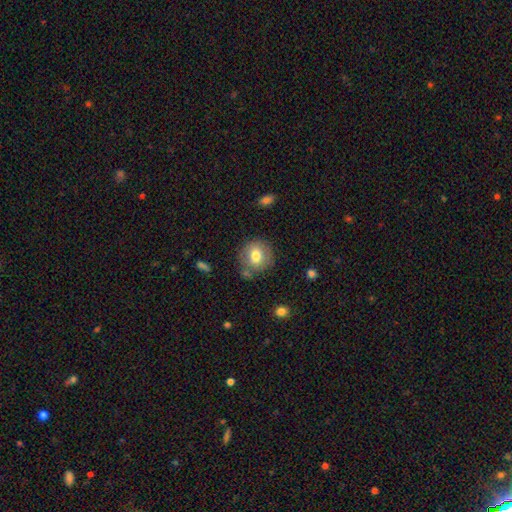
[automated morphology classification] This appears to be a smooth galaxy with no disk features (75%) that is round (81%). Merging: none (76%).